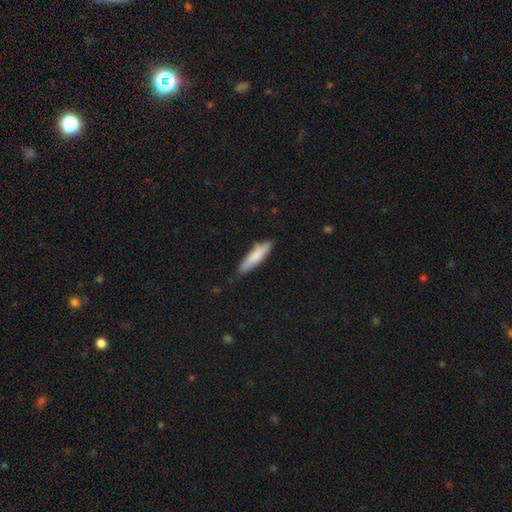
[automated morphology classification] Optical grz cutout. It shows a smooth galaxy with no disk features (80%) that is cigar-shaped (75%). Merging: none (84%).